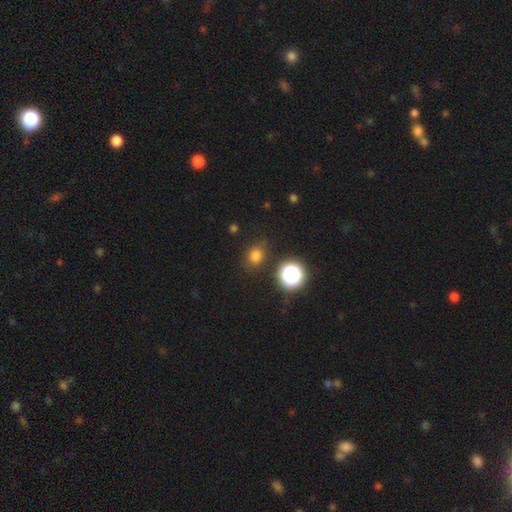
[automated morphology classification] This is likely a smooth galaxy (76%). How rounded: likely round (68%). Merging: clearly none (82%).